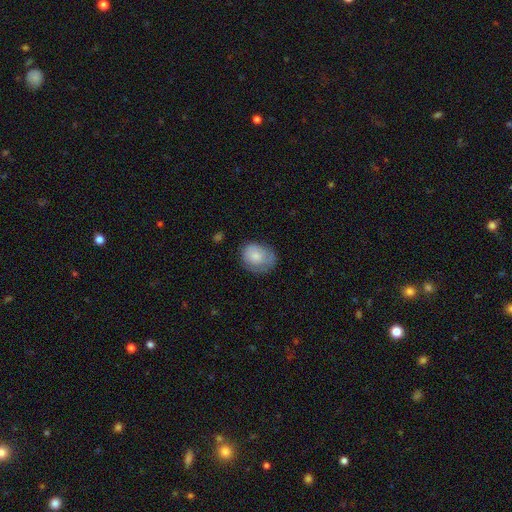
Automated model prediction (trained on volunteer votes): A smooth galaxy with no disk features (74%) that is round (54%). Merging: none (61%).